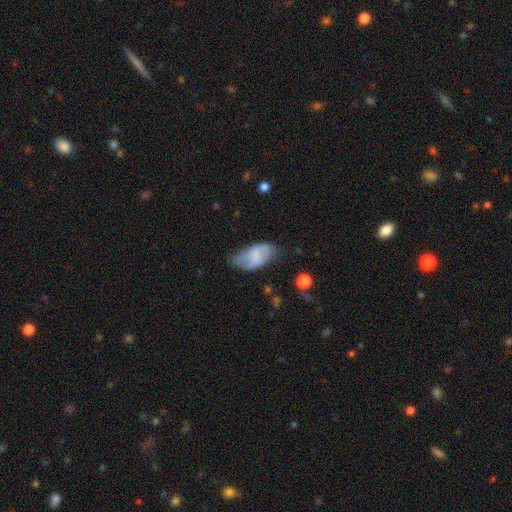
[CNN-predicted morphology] smooth_or_featured: smooth (p=0.60) [alt: featured or disk p=0.32]
how_rounded: in between (p=0.92) [alt: round p=0.04]
merging: none (p=0.42) [alt: minor disturbance p=0.38]